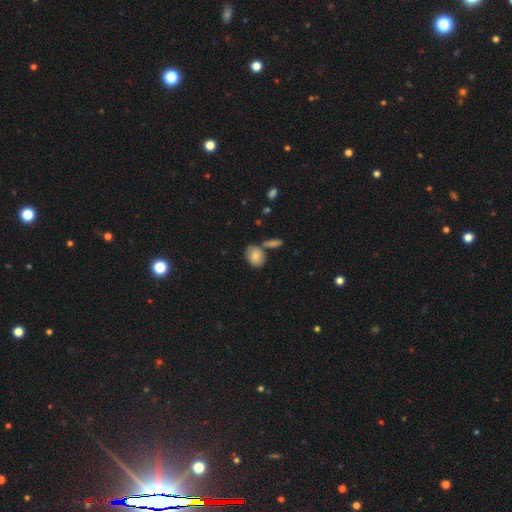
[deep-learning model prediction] A smooth galaxy with no disk features (83%) that is in between round and cigar-shaped (71%). Merging: none (63%).